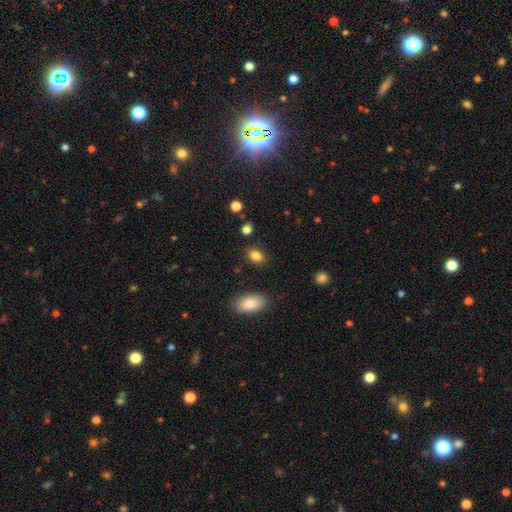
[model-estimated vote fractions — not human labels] Smooth or featured? Predicted: smooth (p=0.85). How rounded? Predicted: in between (p=0.73). Merging? Predicted: none (p=0.84).